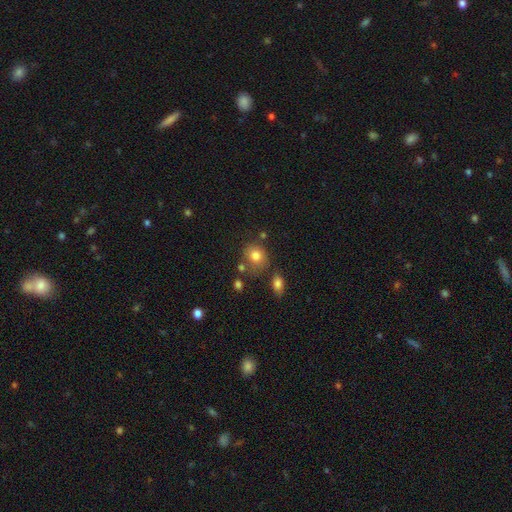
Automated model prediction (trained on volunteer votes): The model was most divided on "how rounded": round: 71%, in between: 28%, cigar-shaped: 1%. More confident: smooth or featured — smooth (80%); merging — none (65%).